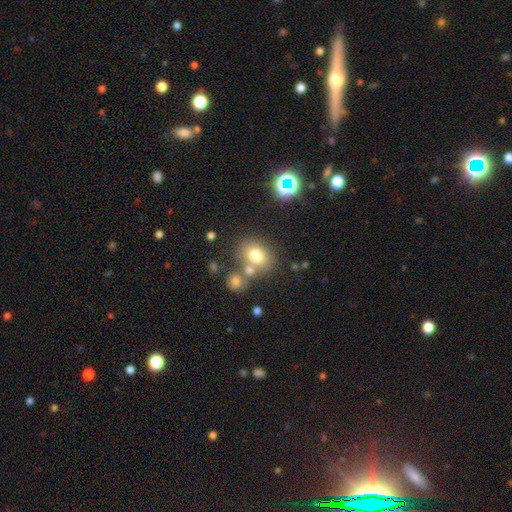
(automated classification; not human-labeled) smooth 73%, featured or disk 14%, star or artifact 13%. Down the decision tree: how rounded — in between (52%); merging — none (56%).